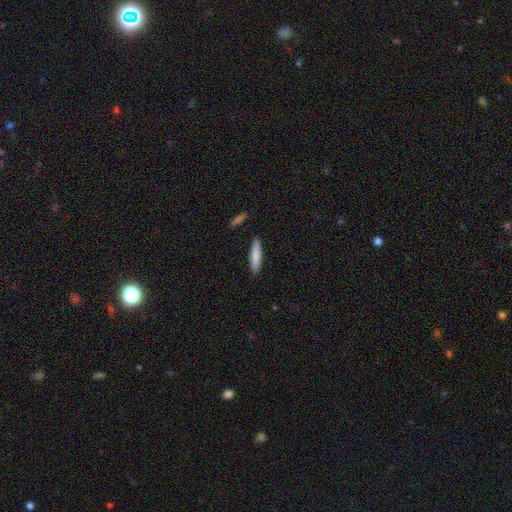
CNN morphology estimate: Smooth or featured: smooth — 83% (featured or disk — 11%)
How rounded: cigar-shaped — 82% (in between — 17%)
Merging: none — 89% (minor disturbance — 8%)